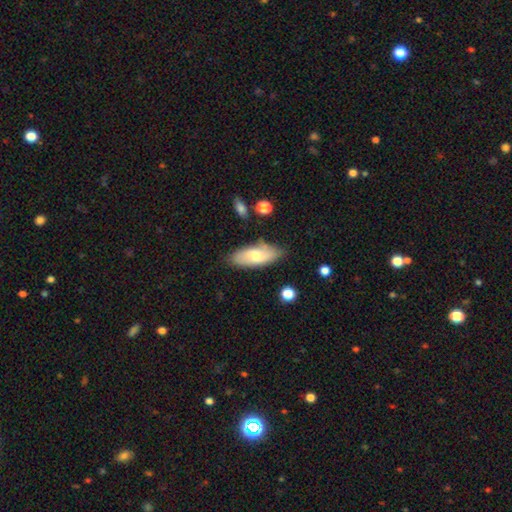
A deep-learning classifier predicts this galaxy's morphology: smooth_or_featured: smooth (p=0.65) [alt: featured or disk p=0.29]
how_rounded: in between (p=0.81) [alt: cigar-shaped p=0.16]
merging: none (p=0.72) [alt: minor disturbance p=0.20]